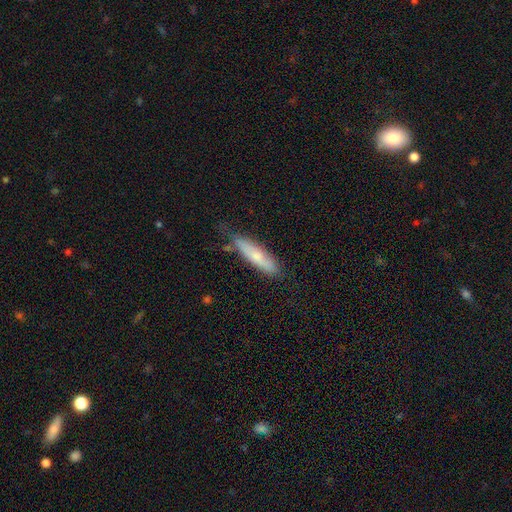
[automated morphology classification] A smooth galaxy with no disk features (67%) that is cigar-shaped (78%). Merging: none (71%).